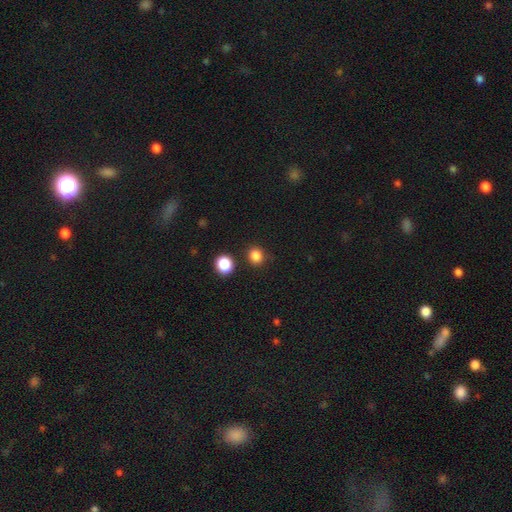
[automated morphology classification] Overall: smooth (84%). How rounded: round (81%). Merging: none (86%).